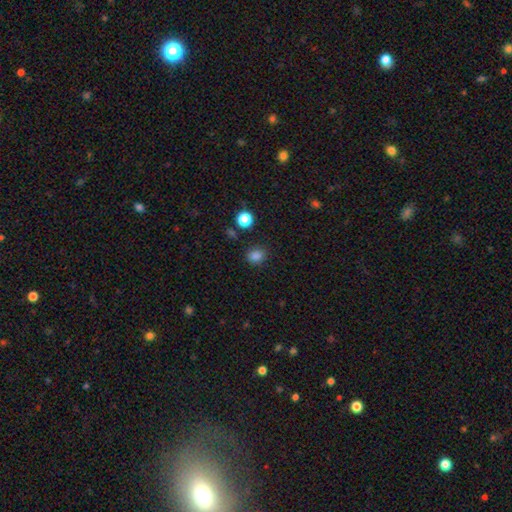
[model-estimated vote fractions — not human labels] smooth 83%, star or artifact 13%, featured or disk 3%. Down the decision tree: how rounded — round (68%); merging — none (83%).